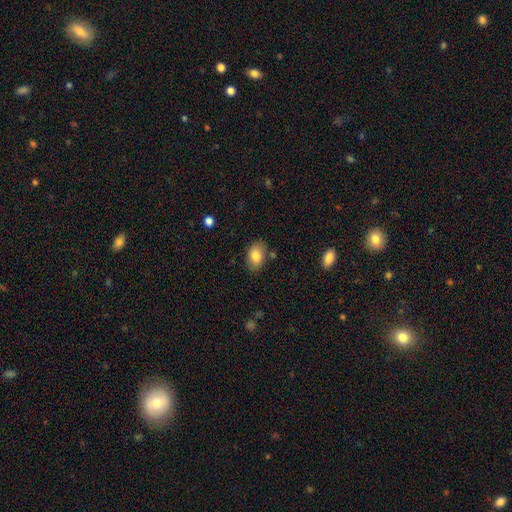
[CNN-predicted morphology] Smooth or featured? Predicted: smooth (p=0.83). How rounded? Predicted: in between (p=0.85). Merging? Predicted: none (p=0.80).